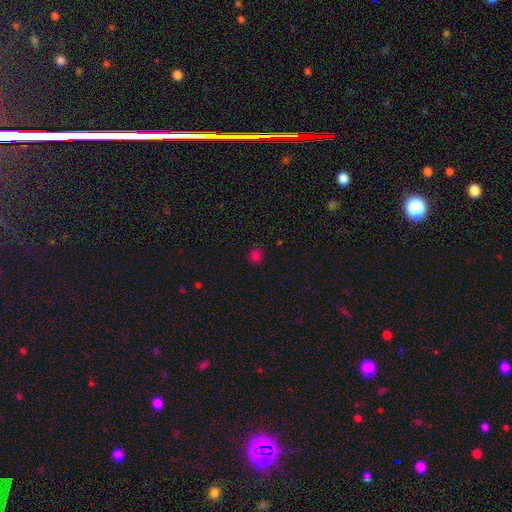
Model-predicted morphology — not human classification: Overall: smooth (74%). How rounded: round (68%; in between 31%). Merging: none (82%).